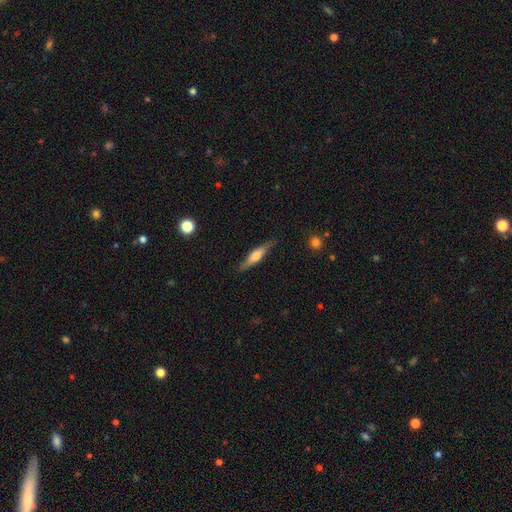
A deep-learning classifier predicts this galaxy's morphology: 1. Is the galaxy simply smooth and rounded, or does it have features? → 48% featured or disk, 46% smooth, 6% star or artifact.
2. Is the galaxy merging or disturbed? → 82% none, 13% minor disturbance, 3% major disturbance, 1% merger.